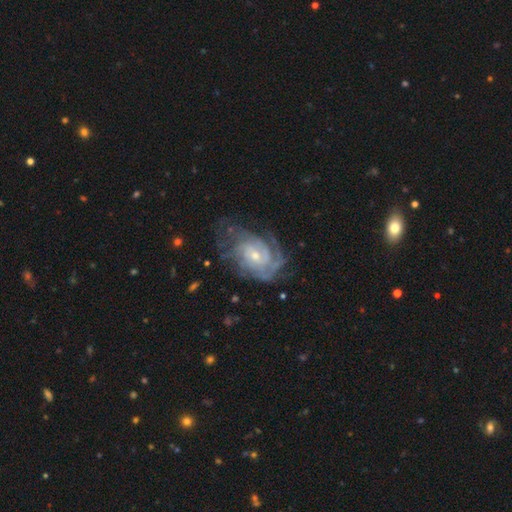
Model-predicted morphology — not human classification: smooth_or_featured: featured or disk (p=0.87) [alt: smooth p=0.08]
disk_edge_on: no (p=0.97) [alt: yes p=0.03]
bar: no (p=0.62) [alt: weak p=0.32]
has_spiral_arms: yes (p=0.95) [alt: no p=0.05]
spiral_winding: tight (p=0.66) [alt: medium p=0.27]
spiral_arm_count: can't tell (p=0.38) [alt: 3 p=0.18]
bulge_size: small (p=0.56) [alt: moderate p=0.40]
merging: none (p=0.61) [alt: minor disturbance p=0.23]